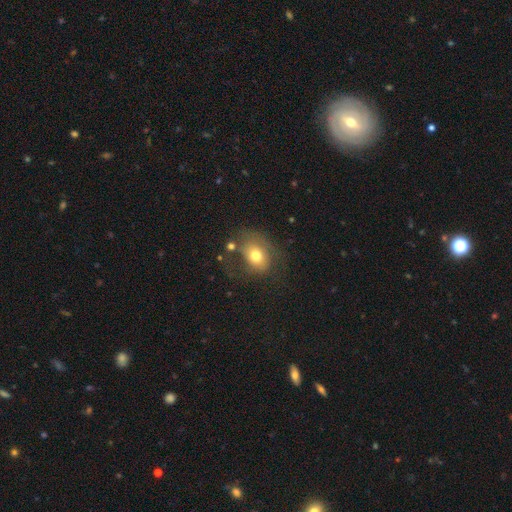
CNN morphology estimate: Overall: smooth (69%). How rounded: in between (58%; round 41%). Merging: none (46%; minor disturbance 24%).